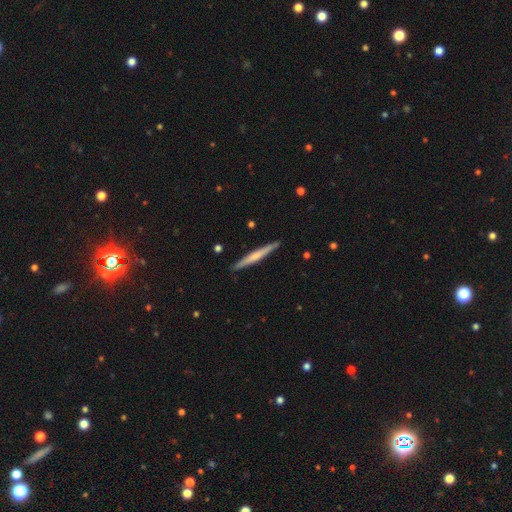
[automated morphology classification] Overall: featured or disk (48%; smooth 47%). Merging: none (91%).